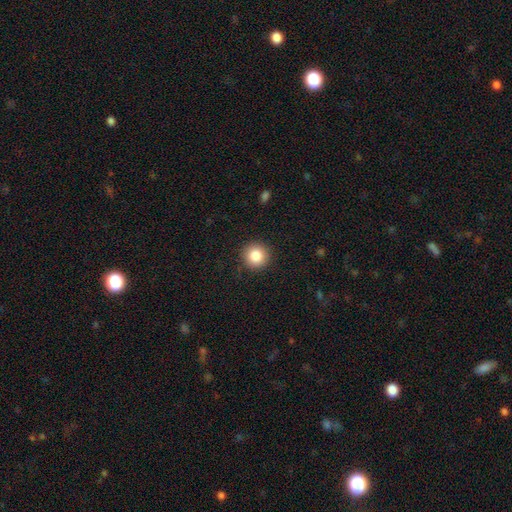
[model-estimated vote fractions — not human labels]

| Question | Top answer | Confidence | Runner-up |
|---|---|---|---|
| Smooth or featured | smooth | 85% | star or artifact (10%) |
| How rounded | round | 95% | in between (4%) |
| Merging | none | 91% | minor disturbance (6%) |